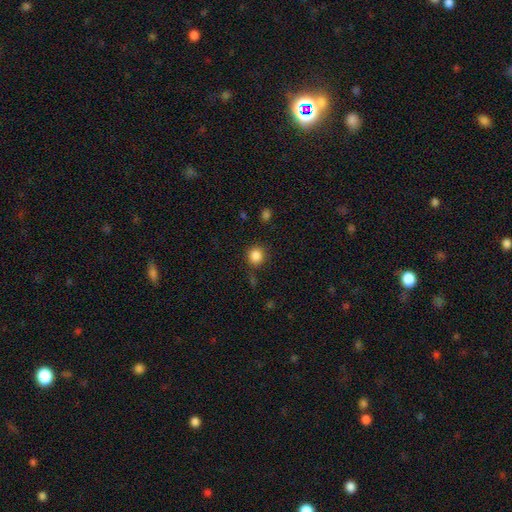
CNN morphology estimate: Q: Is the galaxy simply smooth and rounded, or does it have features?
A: smooth — 86%.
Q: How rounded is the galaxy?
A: round — 90%.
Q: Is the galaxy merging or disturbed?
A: none — 84%.